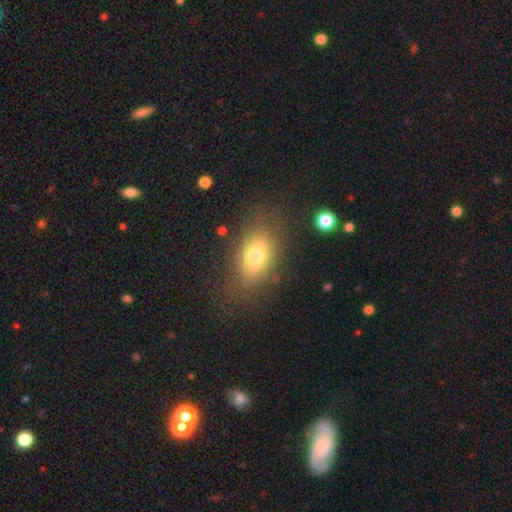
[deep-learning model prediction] This appears to be a smooth galaxy with no disk features (74%) that is in between round and cigar-shaped (85%). Merging: none (78%).